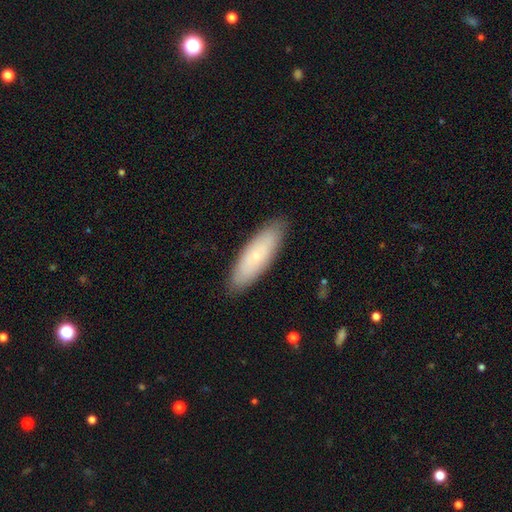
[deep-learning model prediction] Smooth or featured: smooth — 66% (featured or disk — 27%)
How rounded: in between — 51% (cigar-shaped — 47%)
Merging: none — 88% (minor disturbance — 9%)